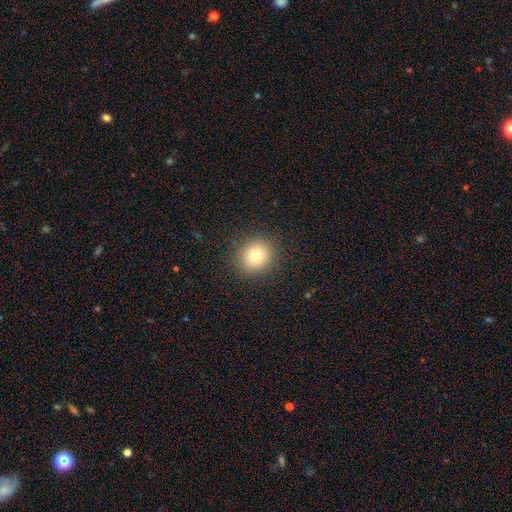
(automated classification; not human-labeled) smooth_or_featured: smooth (p=0.78) [alt: star or artifact p=0.12]
how_rounded: round (p=0.82) [alt: in between p=0.17]
merging: none (p=0.90) [alt: minor disturbance p=0.07]